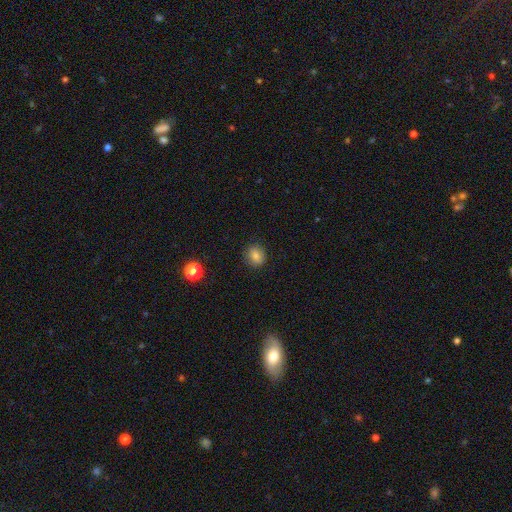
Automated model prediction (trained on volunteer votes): Smooth or featured?
  - smooth: 81% *
  - star or artifact: 11%
  - featured or disk: 7%
How rounded?
  - round: 80% *
  - in between: 19%
  - cigar-shaped: 1%
Merging?
  - none: 89% *
  - minor disturbance: 8%
  - major disturbance: 2%
  - merger: 1%